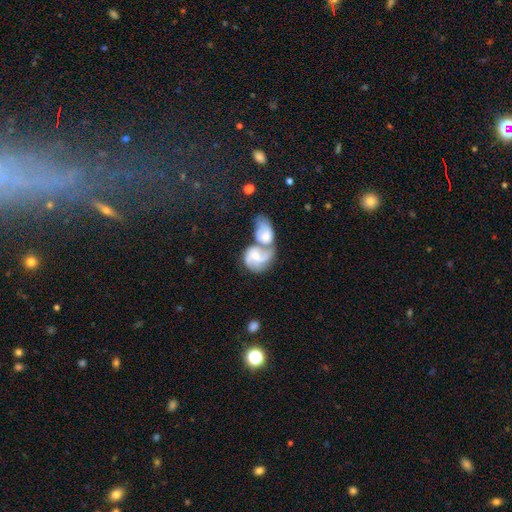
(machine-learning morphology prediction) Smooth or featured?
  - featured or disk: 74% *
  - smooth: 20%
  - star or artifact: 6%
Edge-on disk?
  - no: 97% *
  - yes: 3%
Bar?
  - no: 57% *
  - weak: 35%
  - strong: 7%
Spiral arms?
  - yes: 91% *
  - no: 9%
Spiral winding?
  - medium: 48% *
  - tight: 30%
  - loose: 22%
Spiral arm count?
  - 2: 56% *
  - can't tell: 17%
  - 3: 16%
  - 1: 6%
  - 4: 3%
  - more than 4: 3%
Bulge size?
  - moderate: 50% *
  - small: 41%
  - none: 4%
  - large: 4%
  - dominant: 1%
Merging?
  - merger: 74% *
  - none: 13%
  - minor disturbance: 7%
  - major disturbance: 6%